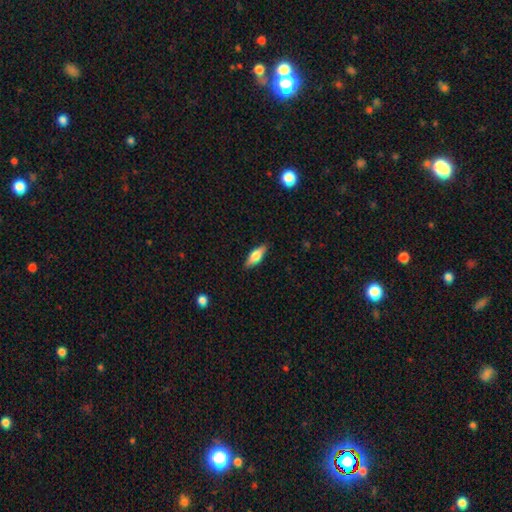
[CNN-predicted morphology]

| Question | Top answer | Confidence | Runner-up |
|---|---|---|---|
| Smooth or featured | smooth | 56% | featured or disk (38%) |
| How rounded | in between | 62% | cigar-shaped (35%) |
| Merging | none | 87% | minor disturbance (10%) |